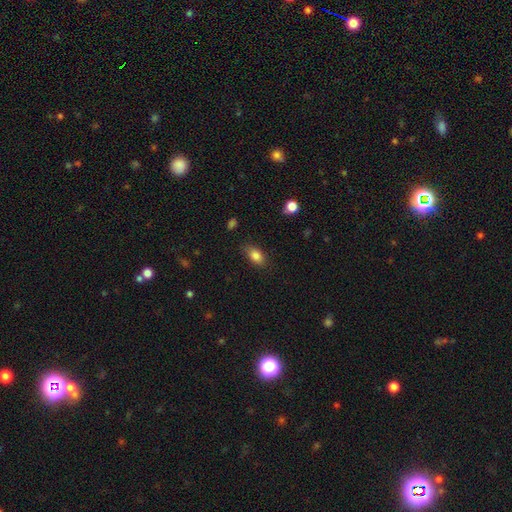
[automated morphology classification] This appears to be a smooth galaxy with no disk features (85%) that is in between round and cigar-shaped (87%). Merging: none (79%).